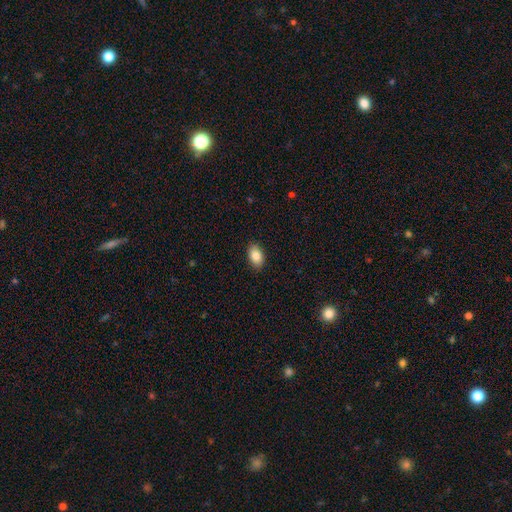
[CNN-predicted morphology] Smooth or featured: smooth — 86% (star or artifact — 7%)
How rounded: in between — 91% (round — 7%)
Merging: none — 88% (minor disturbance — 9%)